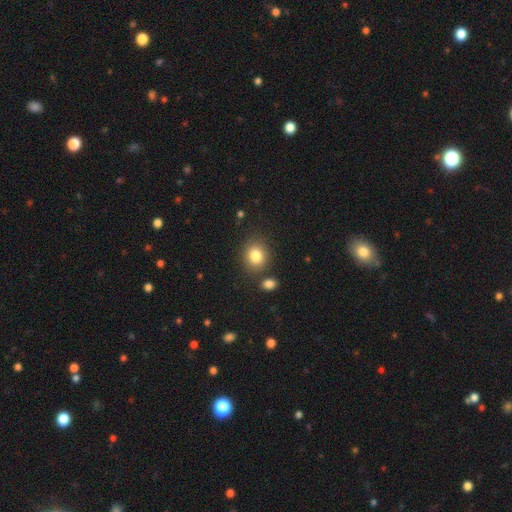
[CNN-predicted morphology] smooth-or-featured: smooth: 83% | star or artifact: 10% | featured or disk: 7%
  how-rounded: round: 68% | in between: 31% | cigar-shaped: 1%
  merging: none: 79% | minor disturbance: 10% | merger: 8% | major disturbance: 3%